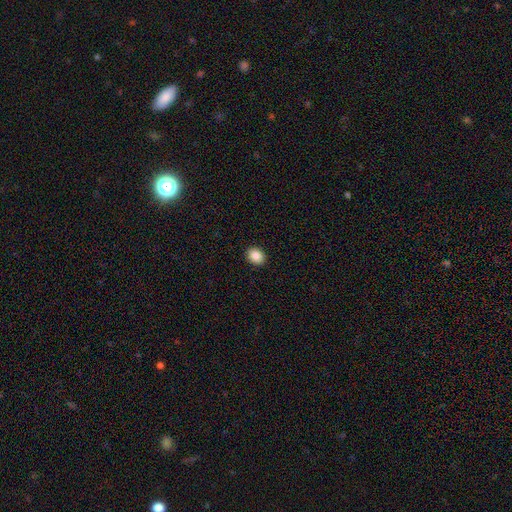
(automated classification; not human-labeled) smooth-or-featured: smooth: 88% | star or artifact: 9% | featured or disk: 4%
  how-rounded: in between: 55% | round: 44% | cigar-shaped: 1%
  merging: none: 91% | minor disturbance: 6% | major disturbance: 2% | merger: 1%